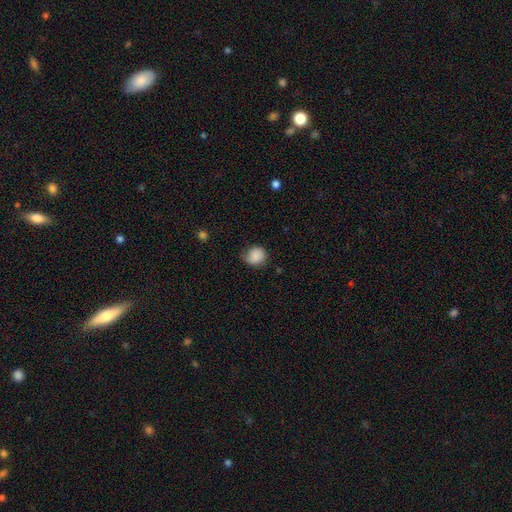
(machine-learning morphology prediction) This is clearly a smooth galaxy (84%). How rounded: likely round (79%). Merging: likely none (62%).